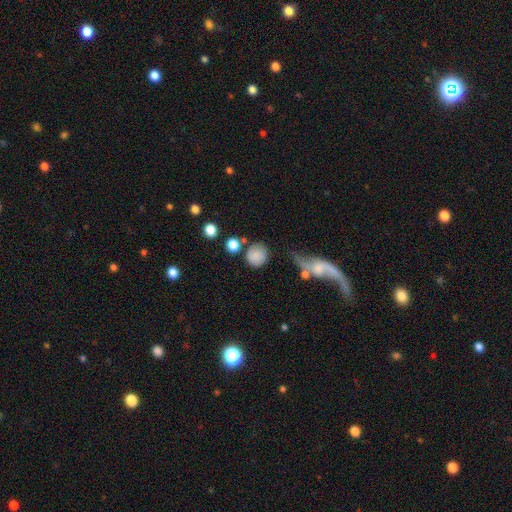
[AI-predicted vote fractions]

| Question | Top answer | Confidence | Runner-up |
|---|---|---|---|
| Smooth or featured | smooth | 81% | featured or disk (10%) |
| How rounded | round | 88% | in between (11%) |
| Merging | none | 66% | minor disturbance (17%) |